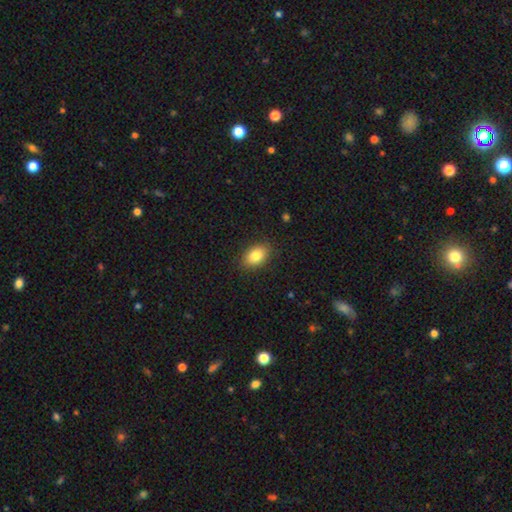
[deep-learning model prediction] smooth-or-featured: smooth: 83% | featured or disk: 9% | star or artifact: 8%
  how-rounded: in between: 86% | round: 12% | cigar-shaped: 2%
  merging: none: 87% | minor disturbance: 10% | major disturbance: 2% | merger: 1%